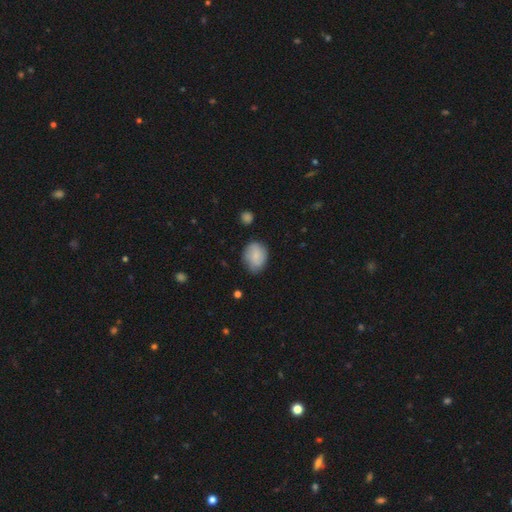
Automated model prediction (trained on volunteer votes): Smooth or featured? Predicted: smooth (p=0.79). How rounded? Predicted: in between (p=0.59). Merging? Predicted: none (p=0.69).